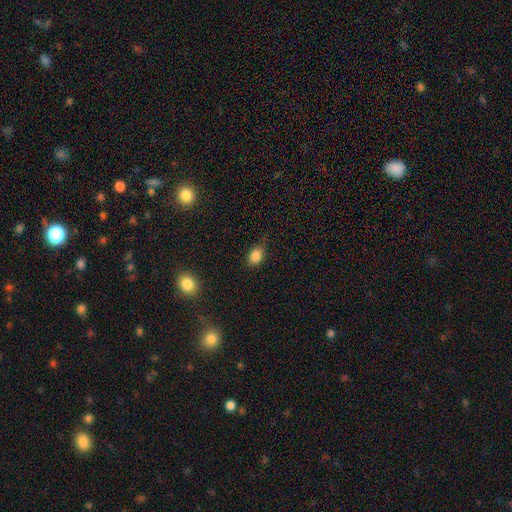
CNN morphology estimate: smooth 85%, star or artifact 11%, featured or disk 4%. Down the decision tree: how rounded — in between (67%); merging — none (78%).